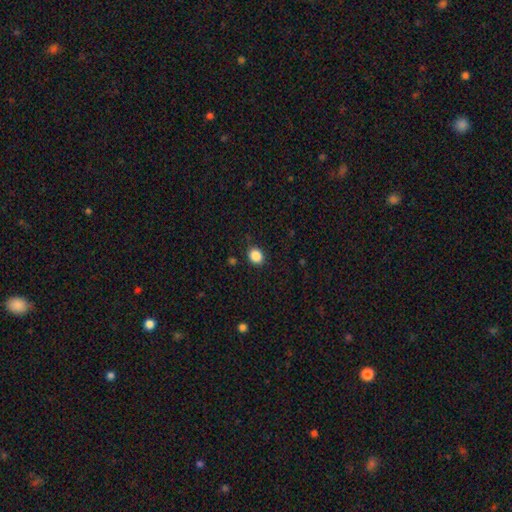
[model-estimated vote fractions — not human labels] Q: Smooth or featured?
A: smooth (87%); runner-up: star or artifact (10%)
Q: How rounded?
A: round (64%); runner-up: in between (35%)
Q: Merging?
A: none (88%); runner-up: minor disturbance (8%)